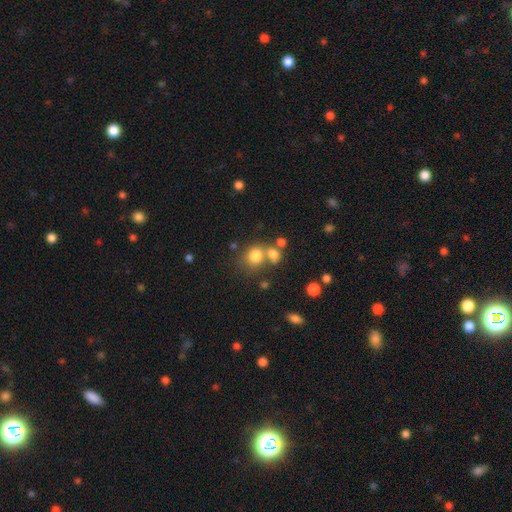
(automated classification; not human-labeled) The model was most divided on "merging": none: 48%, merger: 34%, minor disturbance: 12%, major disturbance: 6%. More confident: smooth or featured — smooth (78%); how rounded — round (72%).